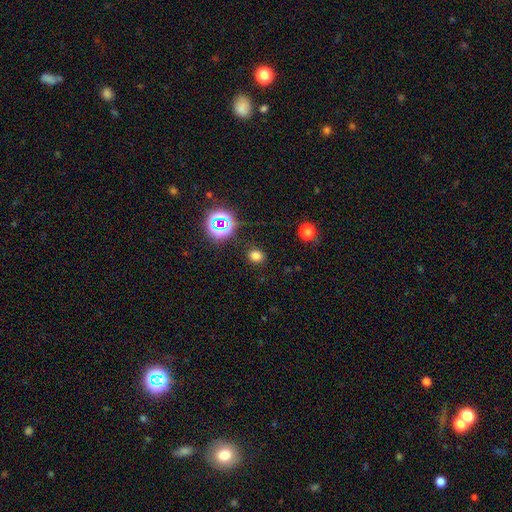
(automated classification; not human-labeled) Smooth or featured?
  - smooth: 72% *
  - star or artifact: 22%
  - featured or disk: 5%
How rounded?
  - round: 66% *
  - in between: 33%
  - cigar-shaped: 1%
Merging?
  - none: 86% *
  - minor disturbance: 9%
  - major disturbance: 3%
  - merger: 2%